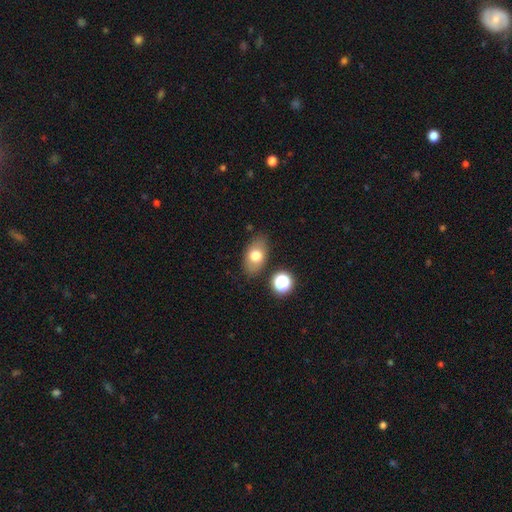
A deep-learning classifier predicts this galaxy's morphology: smooth_or_featured: smooth (p=0.72) [alt: featured or disk p=0.19]
how_rounded: in between (p=0.86) [alt: round p=0.12]
merging: none (p=0.80) [alt: minor disturbance p=0.12]